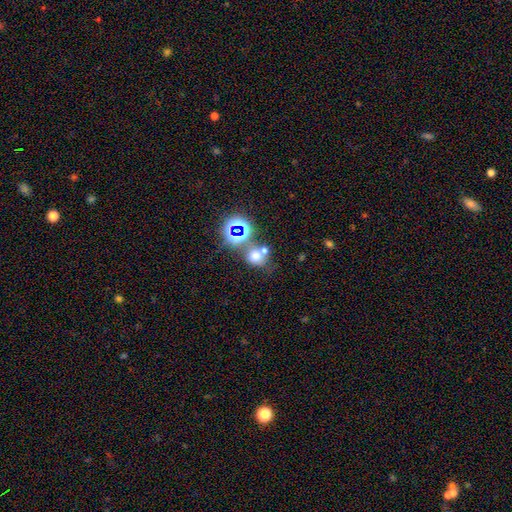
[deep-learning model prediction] Morphology: type=smooth (61%); roundness=round (79%); merging=none (55%).